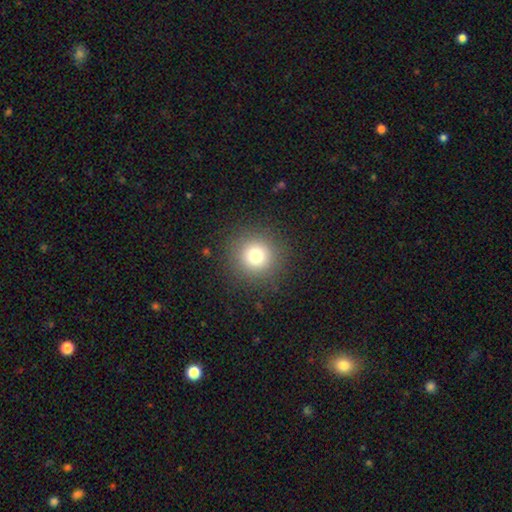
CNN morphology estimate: This appears to be a smooth galaxy with no disk features (77%) that is round (95%). Merging: none (90%).